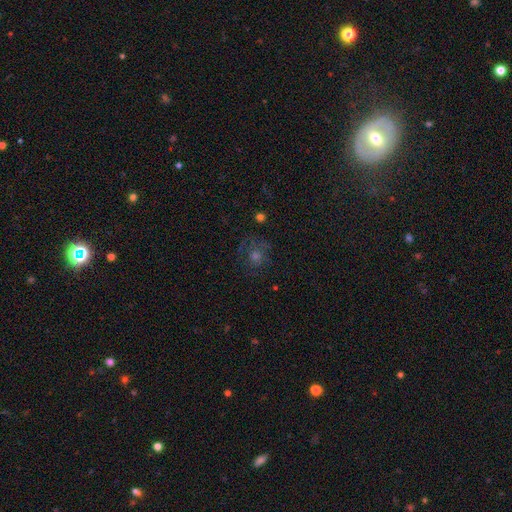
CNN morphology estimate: type=smooth (35%); merging=none (71%).